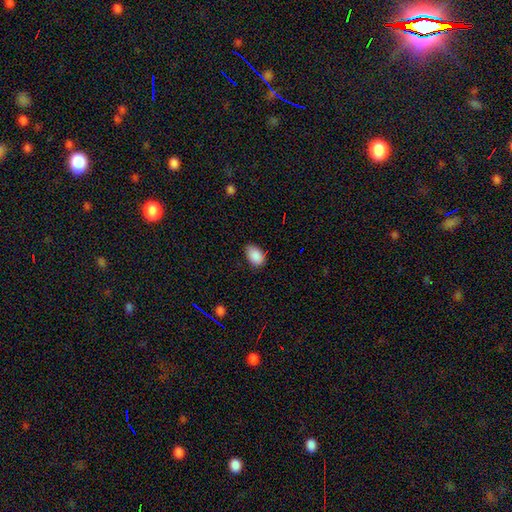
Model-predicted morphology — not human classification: Overall: smooth (88%). How rounded: in between (87%). Merging: none (73%).